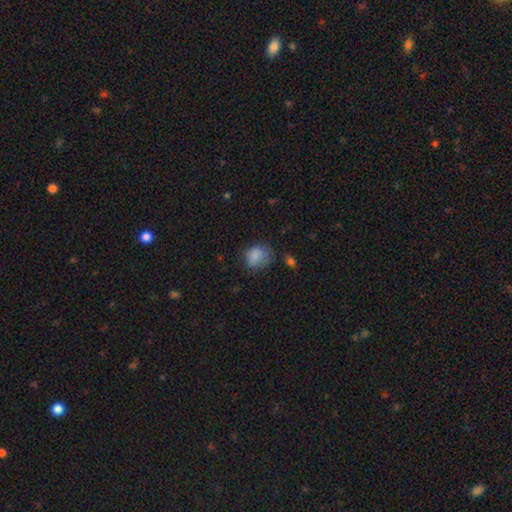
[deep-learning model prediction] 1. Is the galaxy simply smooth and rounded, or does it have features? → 80% smooth, 10% star or artifact, 10% featured or disk.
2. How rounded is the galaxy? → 55% round, 43% in between, 1% cigar-shaped.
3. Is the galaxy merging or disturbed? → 52% none, 30% minor disturbance, 14% major disturbance, 3% merger.